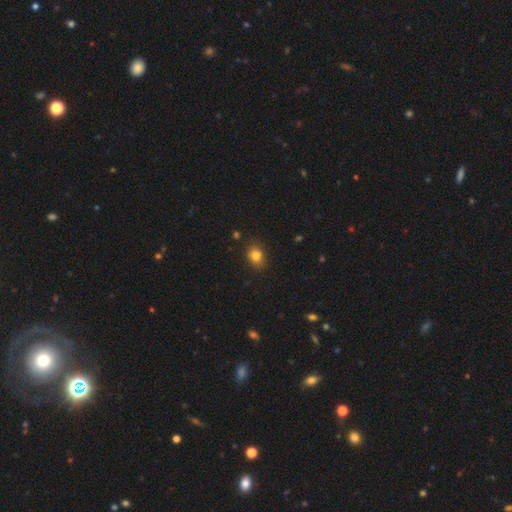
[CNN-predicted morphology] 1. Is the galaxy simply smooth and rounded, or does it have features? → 82% smooth, 12% star or artifact, 6% featured or disk.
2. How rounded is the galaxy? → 57% round, 42% in between, 1% cigar-shaped.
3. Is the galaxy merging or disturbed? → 83% none, 12% minor disturbance, 3% major disturbance, 2% merger.